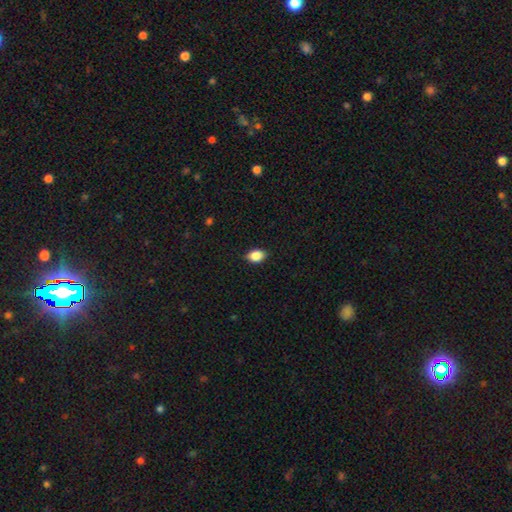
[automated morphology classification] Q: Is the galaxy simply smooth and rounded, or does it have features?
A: smooth — 86%.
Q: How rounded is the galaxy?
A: in between — 78%.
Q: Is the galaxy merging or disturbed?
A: none — 85%.